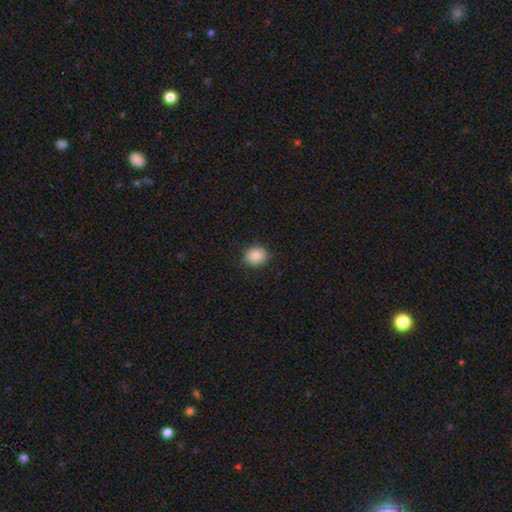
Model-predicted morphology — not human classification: Smooth or featured? smooth (88%)
How rounded? round (68%)
Merging? none (89%)